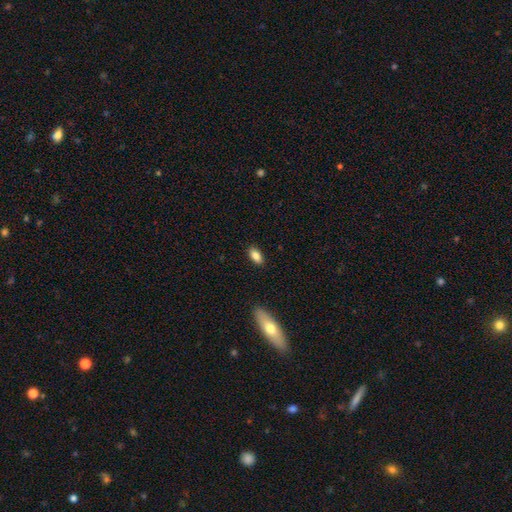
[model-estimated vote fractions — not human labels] This appears to be a smooth galaxy with no disk features (85%) that is in between round and cigar-shaped (89%). Merging: none (88%).